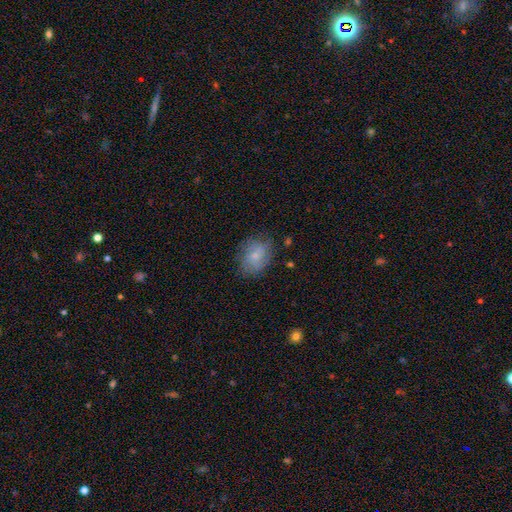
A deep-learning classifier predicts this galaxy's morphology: type=smooth (62%); roundness=in between (55%); merging=none (73%).